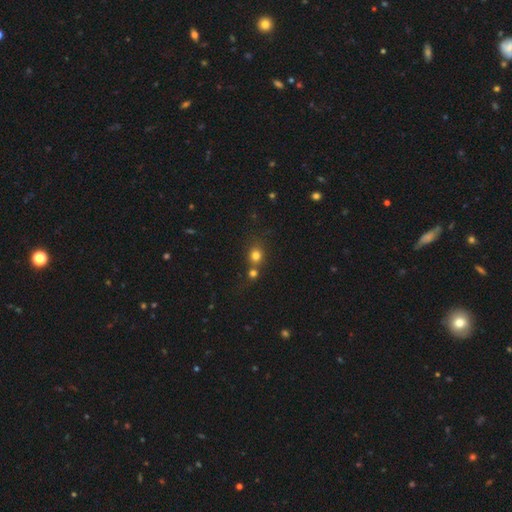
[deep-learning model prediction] This appears to be a smooth galaxy with no disk features (77%) that is round (79%). Merging: none (53%).